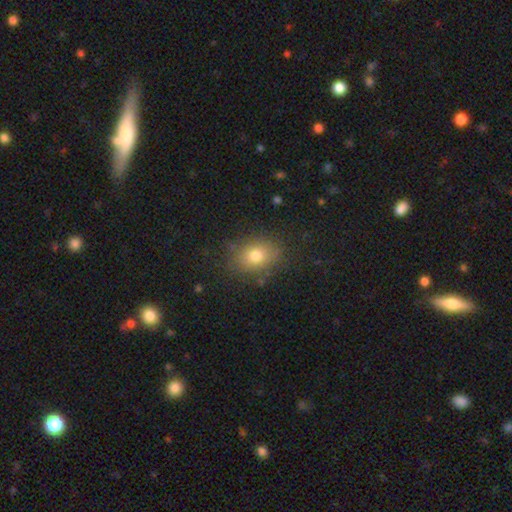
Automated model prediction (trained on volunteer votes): Smooth or featured? Predicted: smooth (p=0.77). How rounded? Predicted: in between (p=0.57). Merging? Predicted: none (p=0.81).